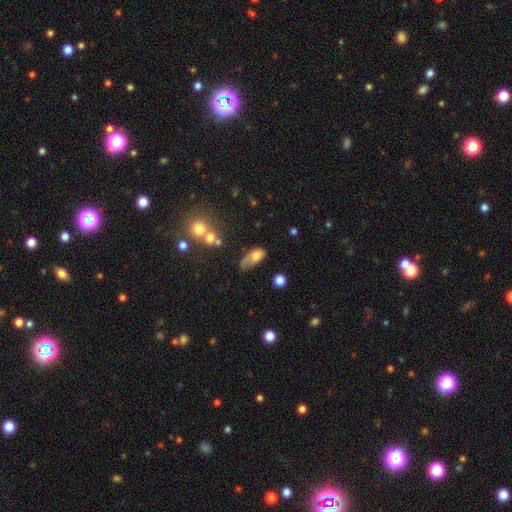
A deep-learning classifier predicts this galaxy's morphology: This appears to be a smooth galaxy with no disk features (61%) that is in between round and cigar-shaped (86%). Merging: major disturbance (34%).